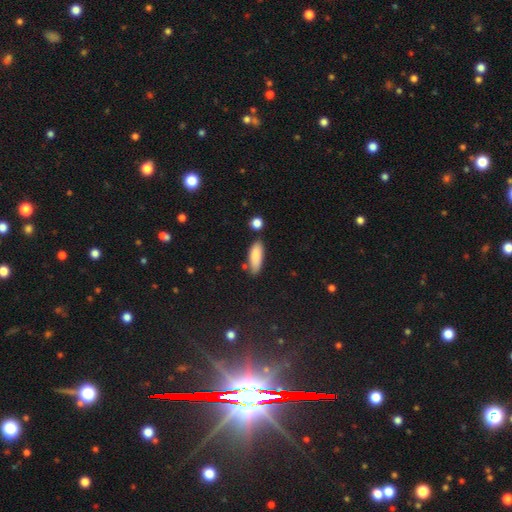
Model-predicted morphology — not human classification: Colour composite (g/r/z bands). It shows a smooth galaxy with no disk features (85%) that is in between round and cigar-shaped (63%). Merging: none (69%).